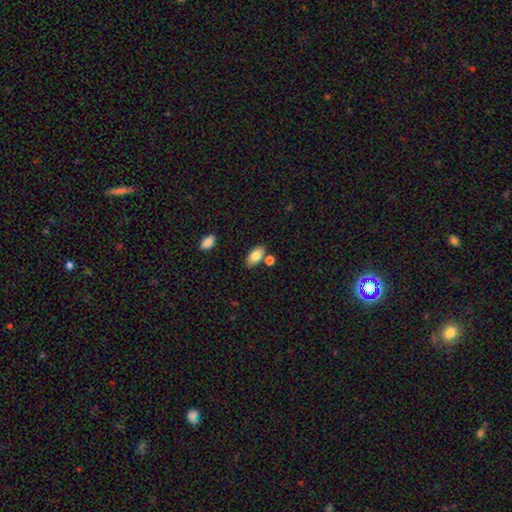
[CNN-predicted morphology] The model was most divided on "merging": none: 75%, minor disturbance: 11%, merger: 11%, major disturbance: 3%. More confident: how rounded — in between (91%); smooth or featured — smooth (81%).